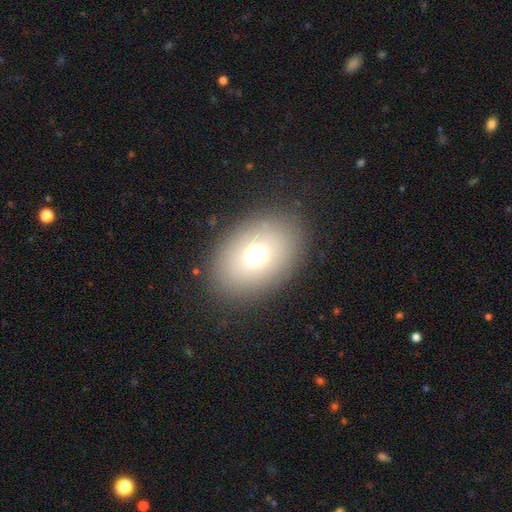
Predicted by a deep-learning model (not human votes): Q: Smooth or featured?
A: smooth (69%); runner-up: featured or disk (16%)
Q: How rounded?
A: in between (69%); runner-up: round (30%)
Q: Merging?
A: none (86%); runner-up: minor disturbance (8%)